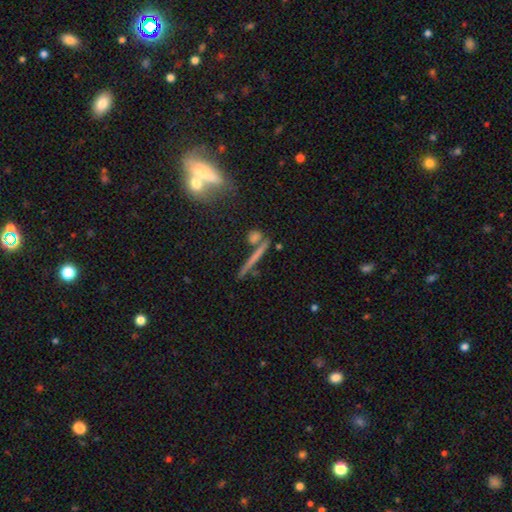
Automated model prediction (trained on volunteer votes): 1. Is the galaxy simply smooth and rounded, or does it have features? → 46% featured or disk, 42% smooth, 12% star or artifact.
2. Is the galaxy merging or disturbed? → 69% none, 15% merger, 11% minor disturbance, 5% major disturbance.